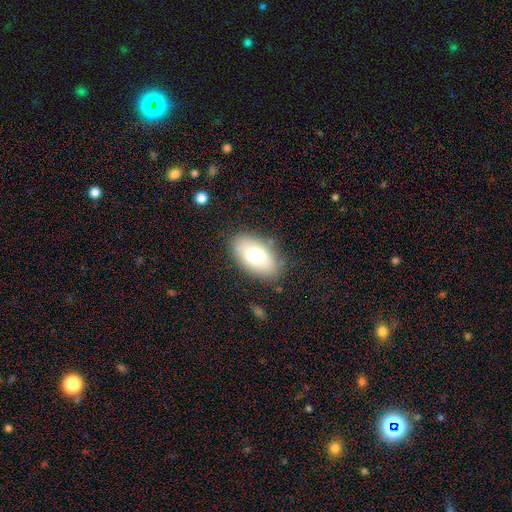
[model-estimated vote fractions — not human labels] A smooth galaxy with no disk features (70%) that is in between round and cigar-shaped (92%).

Vote fractions:
- Smooth or featured? smooth: 70% / featured or disk: 22% / star or artifact: 8%
- How rounded? in between: 92% / round: 6% / cigar-shaped: 2%
- Merging? none: 80% / minor disturbance: 14% / major disturbance: 5% / merger: 2%